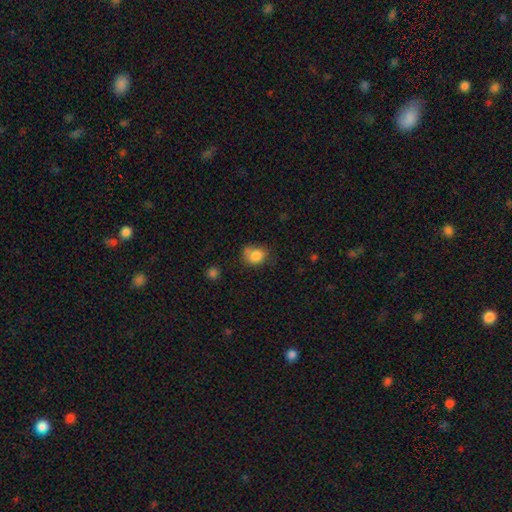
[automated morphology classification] A smooth galaxy with no disk features (82%) that is round (54%).

Vote fractions:
- Smooth or featured? smooth: 82% / star or artifact: 10% / featured or disk: 8%
- How rounded? round: 54% / in between: 45% / cigar-shaped: 1%
- Merging? none: 52% / minor disturbance: 30% / major disturbance: 10% / merger: 8%